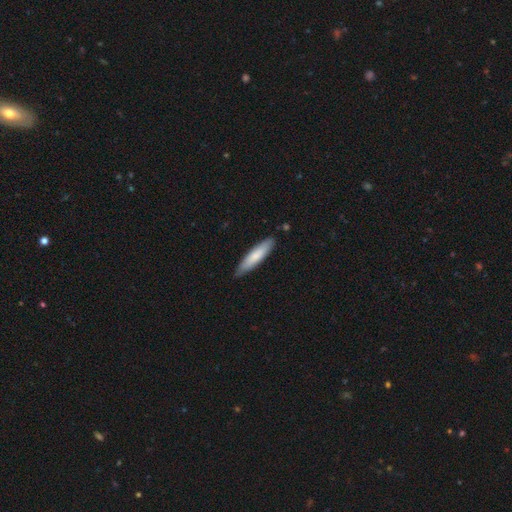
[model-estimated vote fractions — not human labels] A smooth galaxy with no disk features (75%) that is cigar-shaped (79%). Merging: none (83%).